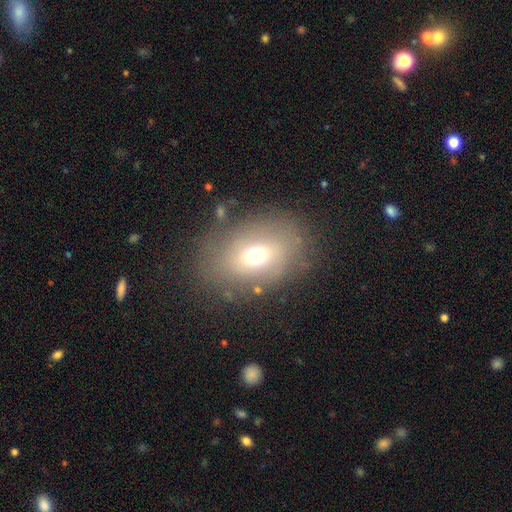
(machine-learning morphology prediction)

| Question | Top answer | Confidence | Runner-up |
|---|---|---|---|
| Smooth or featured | smooth | 62% | featured or disk (22%) |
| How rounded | in between | 65% | round (33%) |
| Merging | none | 74% | minor disturbance (14%) |